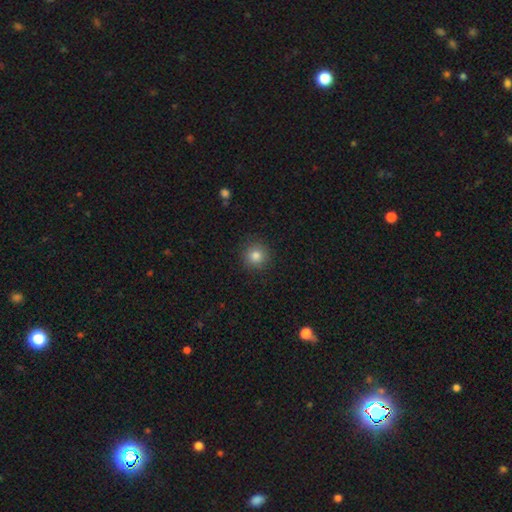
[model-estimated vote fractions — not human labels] Overall: smooth (83%). How rounded: round (94%). Merging: none (90%).